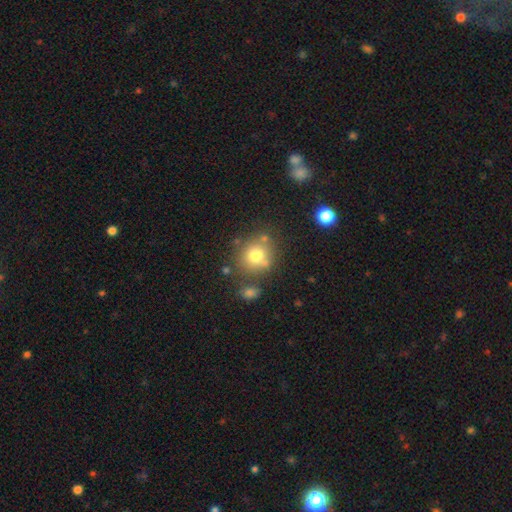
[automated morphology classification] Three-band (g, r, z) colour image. It shows a smooth galaxy with no disk features (74%) that is round (83%). Merging: none (68%).